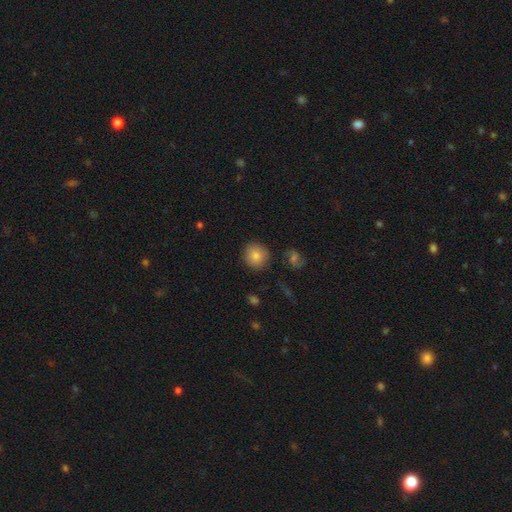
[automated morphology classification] type=smooth (83%); roundness=round (87%); merging=none (87%).